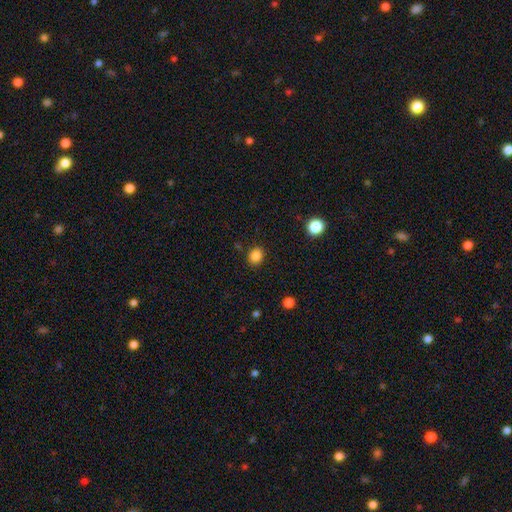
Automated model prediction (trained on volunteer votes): Q: Smooth or featured?
A: smooth (86%); runner-up: star or artifact (11%)
Q: How rounded?
A: round (67%); runner-up: in between (32%)
Q: Merging?
A: none (88%); runner-up: minor disturbance (8%)